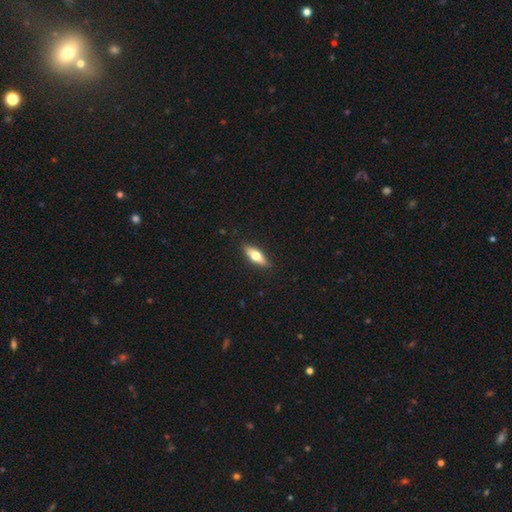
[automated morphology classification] Smooth or featured? smooth (54%)
How rounded? in between (50%)
Merging? none (89%)